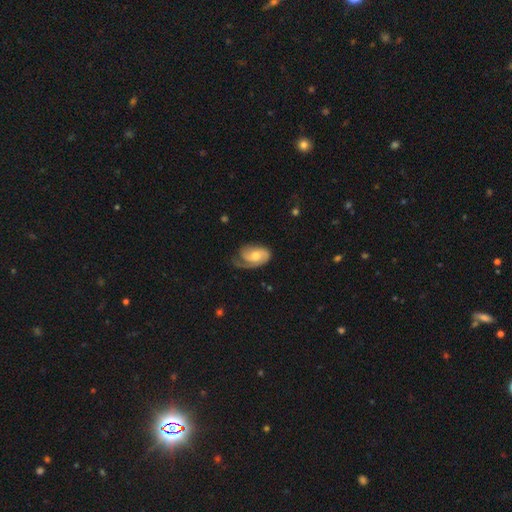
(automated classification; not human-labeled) The model was most divided on "spiral winding": tight: 42%, medium: 37%, loose: 21%. Remaining: edge-on disk — no (96%); spiral arms — yes (92%); smooth or featured — featured or disk (70%); bar — no (67%); bulge size — moderate (63%); merging — none (49%); spiral arm count — 1 (46%).